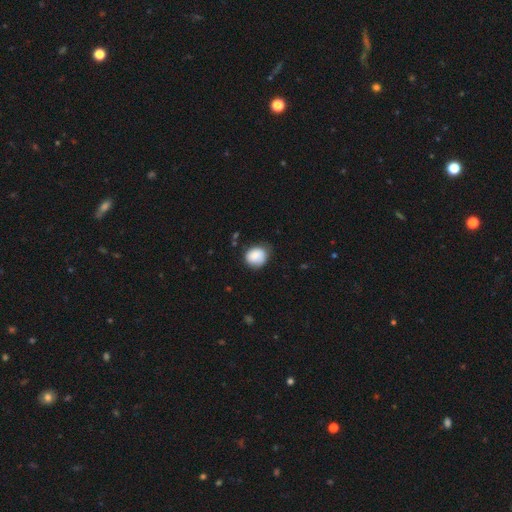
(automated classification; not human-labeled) Overall: smooth (84%). How rounded: round (77%). Merging: none (67%).